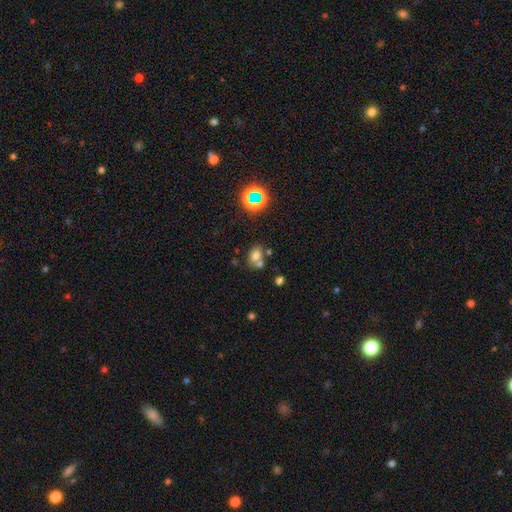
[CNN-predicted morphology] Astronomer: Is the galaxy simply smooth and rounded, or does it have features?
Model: smooth — 69%.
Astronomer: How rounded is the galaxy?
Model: in between — 58% (runner-up: round, 41%).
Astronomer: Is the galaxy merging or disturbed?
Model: none — 54% (runner-up: merger, 30%).